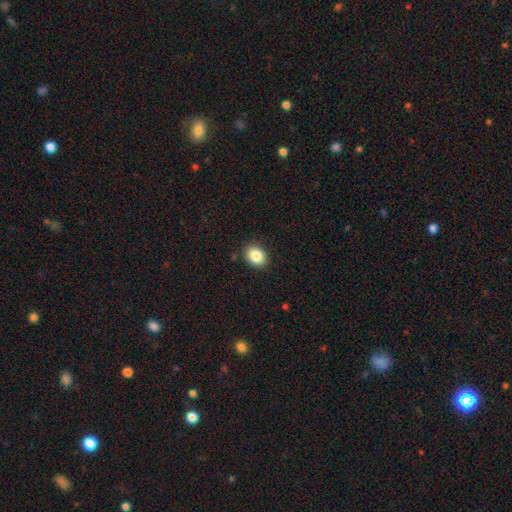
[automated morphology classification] Smooth or featured? Predicted: smooth (p=0.87). How rounded? Predicted: in between (p=0.52). Merging? Predicted: none (p=0.88).